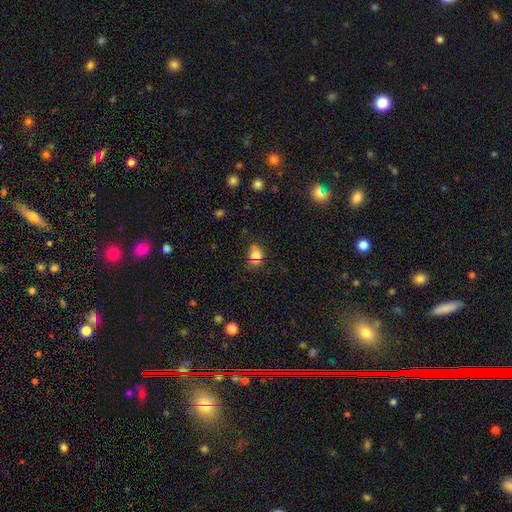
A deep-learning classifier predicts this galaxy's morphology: This appears to be a smooth galaxy with no disk features (66%) that is round (60%). Merging: none (78%).